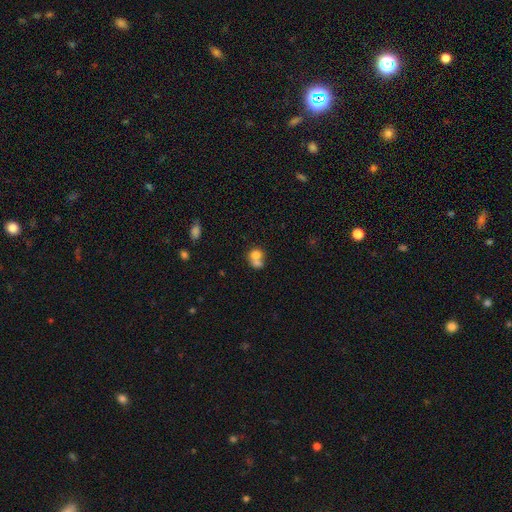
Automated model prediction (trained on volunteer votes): This appears to be a smooth galaxy with no disk features (72%) that is round (63%). Merging: merger (64%).